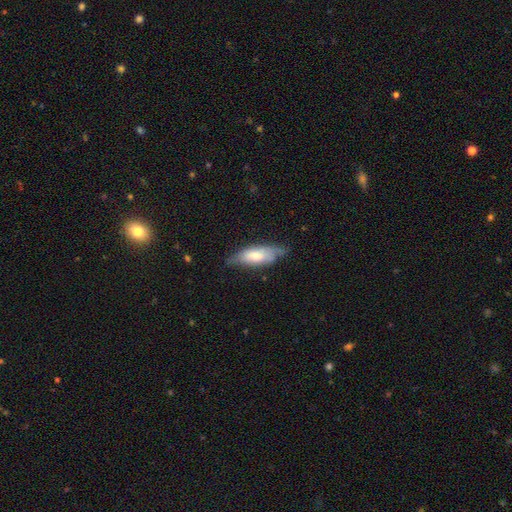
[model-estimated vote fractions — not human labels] The model was most divided on "merging": none: 58%, minor disturbance: 32%, major disturbance: 8%, merger: 2%. More confident: how rounded — in between (69%); smooth or featured — smooth (60%).